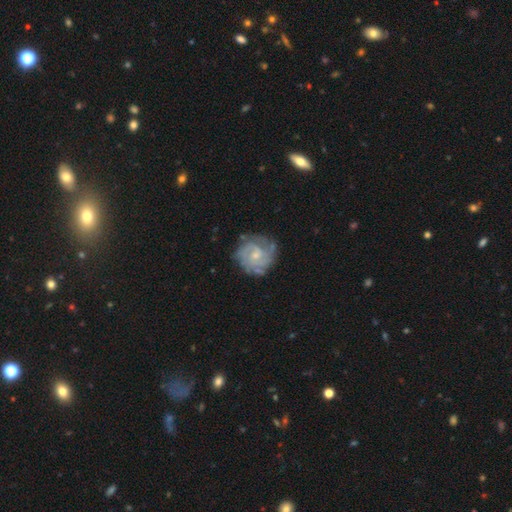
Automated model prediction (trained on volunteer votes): smooth-or-featured: featured or disk: 82% | smooth: 12% | star or artifact: 6%
  disk-edge-on: no: 98% | yes: 2%
    bar: no: 61% | weak: 35% | strong: 4%
    has-spiral-arms: yes: 94% | no: 6%
      spiral-winding: tight: 64% | medium: 29% | loose: 7%
      spiral-arm-count: can't tell: 30% | 2: 29% | 3: 22% | 4: 9% | 1: 5% | more than 4: 5%
    bulge-size: small: 58% | moderate: 33% | none: 6% | large: 2% | dominant: 1%
  merging: none: 72% | minor disturbance: 19% | major disturbance: 7% | merger: 2%